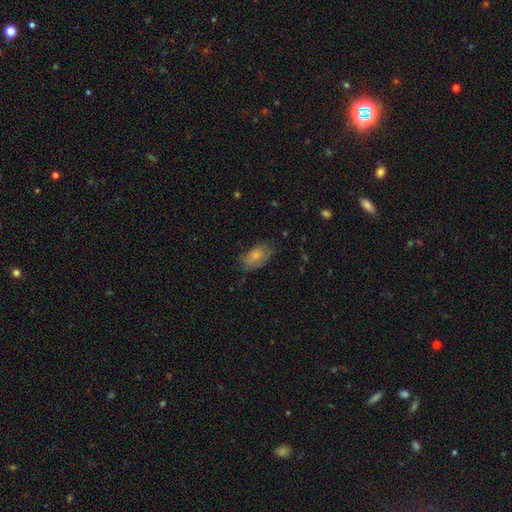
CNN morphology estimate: A smooth galaxy with no disk features (76%) that is in between round and cigar-shaped (91%). Merging: none (61%).